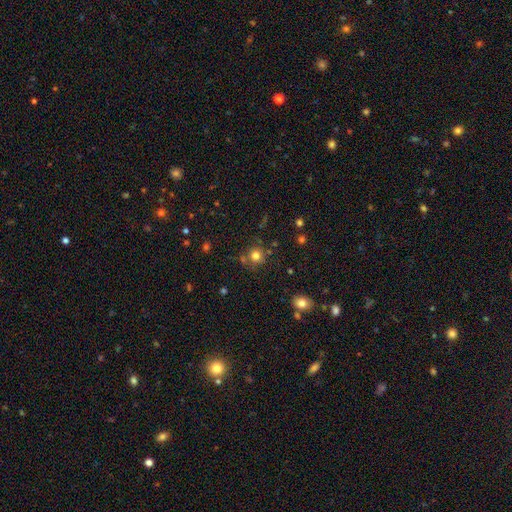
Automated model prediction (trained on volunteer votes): This is likely a smooth galaxy (77%). How rounded: clearly round (90%). Merging: likely none (74%).